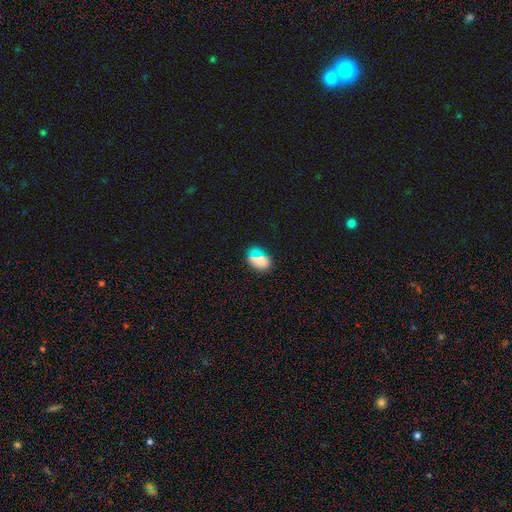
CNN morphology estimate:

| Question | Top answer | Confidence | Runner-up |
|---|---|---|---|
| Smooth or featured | smooth | 73% | star or artifact (19%) |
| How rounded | in between | 67% | round (29%) |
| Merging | none | 84% | minor disturbance (11%) |